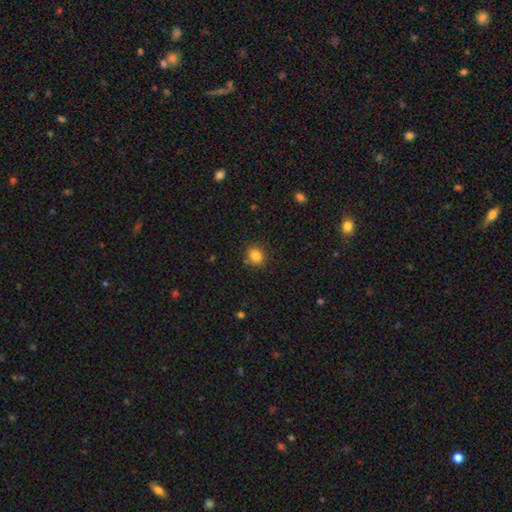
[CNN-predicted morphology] This is clearly a smooth galaxy (84%). How rounded: likely round (69%). Merging: clearly none (83%).